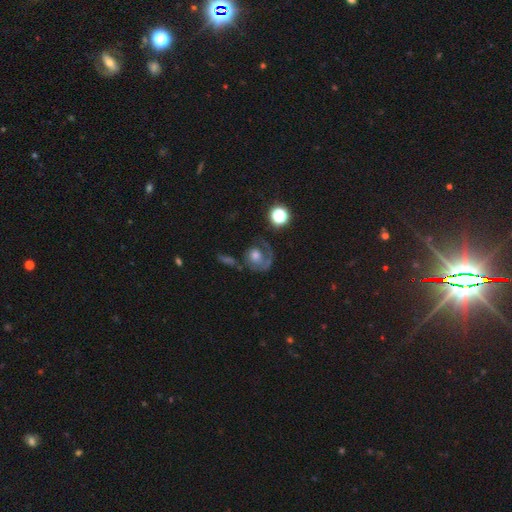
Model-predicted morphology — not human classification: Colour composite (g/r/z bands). It shows a featured or disk galaxy (56%) with no bar (82%), spiral arms (67%) and a moderate central bulge (52%). Merging: none (42%).